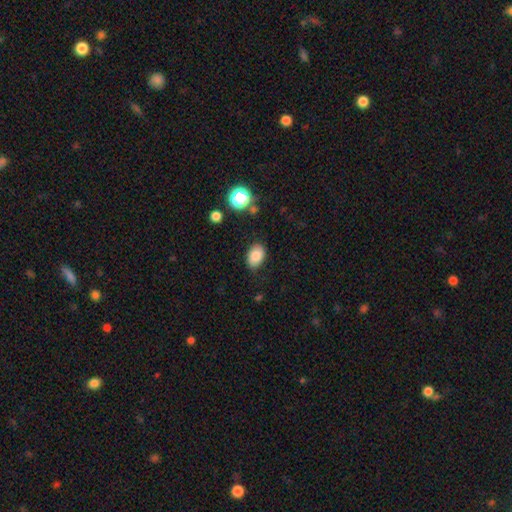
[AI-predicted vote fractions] Smooth or featured?
  - smooth: 83% *
  - star or artifact: 9%
  - featured or disk: 7%
How rounded?
  - in between: 84% *
  - round: 14%
  - cigar-shaped: 1%
Merging?
  - none: 84% *
  - minor disturbance: 12%
  - major disturbance: 3%
  - merger: 2%